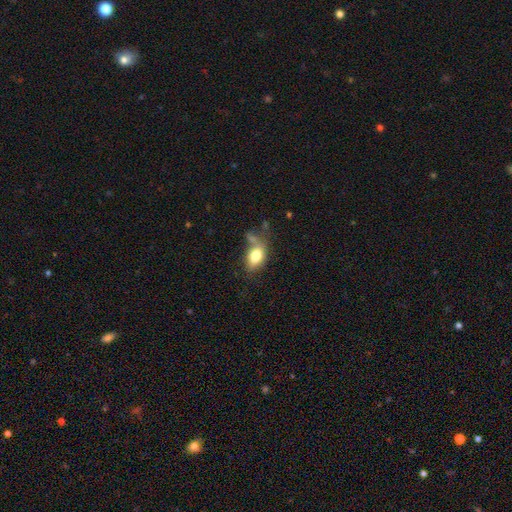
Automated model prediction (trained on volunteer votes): Smooth or featured? Predicted: smooth (p=0.76). How rounded? Predicted: in between (p=0.86). Merging? Predicted: none (p=0.44).